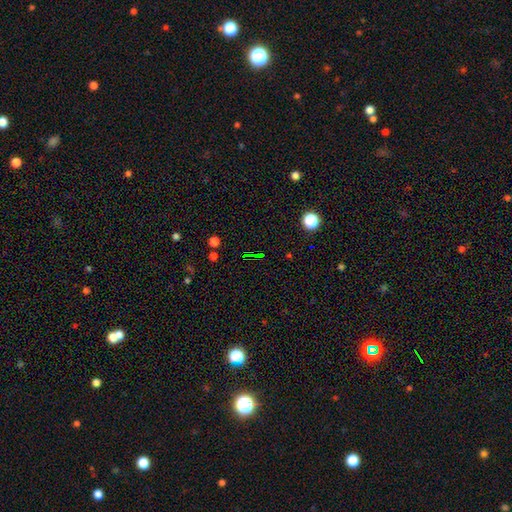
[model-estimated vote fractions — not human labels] Smooth or featured?
  - star or artifact: 67% *
  - smooth: 21%
  - featured or disk: 12%